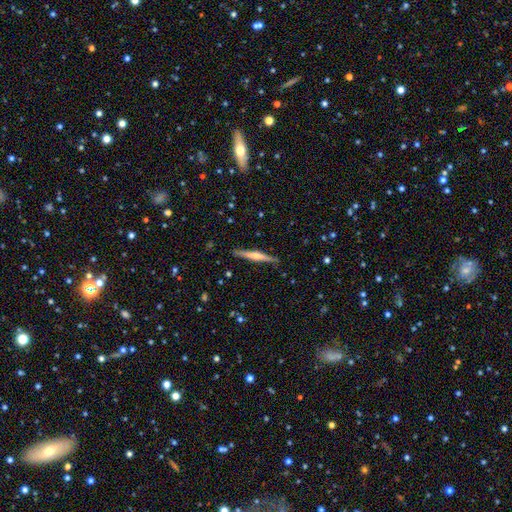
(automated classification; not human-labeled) Q: Smooth or featured?
A: featured or disk (65%); runner-up: smooth (30%)
Q: Edge-on disk?
A: yes (98%); runner-up: no (2%)
Q: Edge-on bulge?
A: rounded (78%); runner-up: none (14%)
Q: Merging?
A: none (90%); runner-up: minor disturbance (7%)